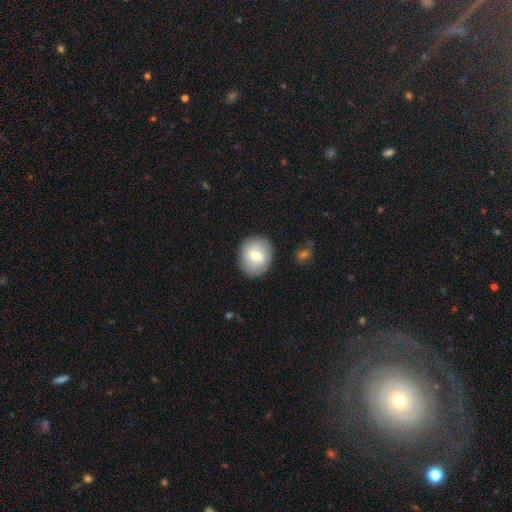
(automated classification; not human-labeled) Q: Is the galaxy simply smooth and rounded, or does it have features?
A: smooth — 65%.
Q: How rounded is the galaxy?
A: round — 64%.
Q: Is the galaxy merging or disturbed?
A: none — 85%.